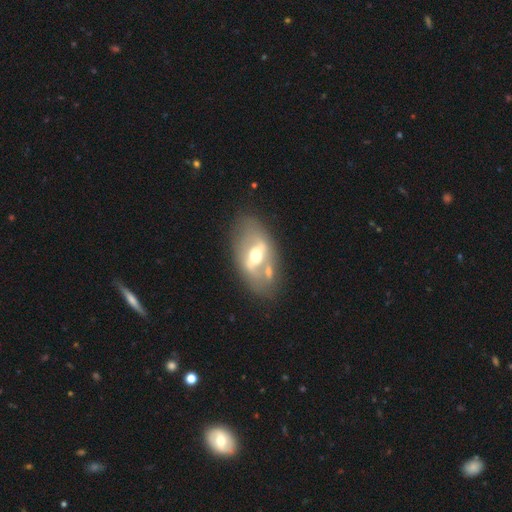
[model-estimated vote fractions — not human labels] Smooth or featured? featured or disk (72%)
Edge-on disk? no (87%)
Bar? strong (57%)
Spiral arms? no (68%)
Bulge size? moderate (71%)
Merging? none (65%)